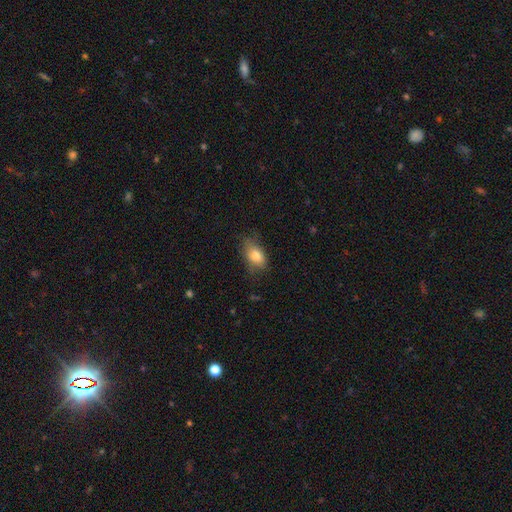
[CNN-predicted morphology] Smooth or featured? smooth (80%)
How rounded? in between (85%)
Merging? none (64%)